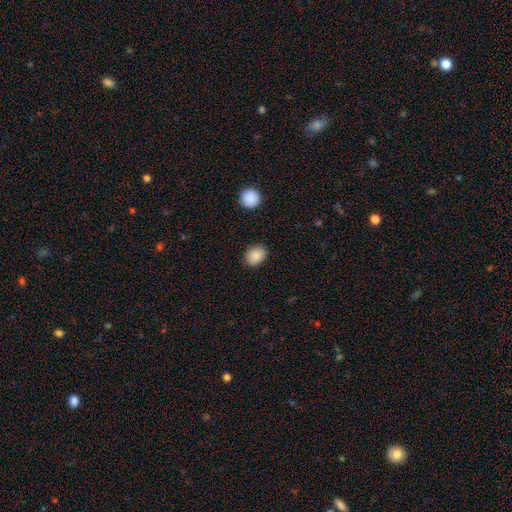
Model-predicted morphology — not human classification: This appears to be a smooth galaxy with no disk features (87%) that is in between round and cigar-shaped (57%). Merging: none (86%).